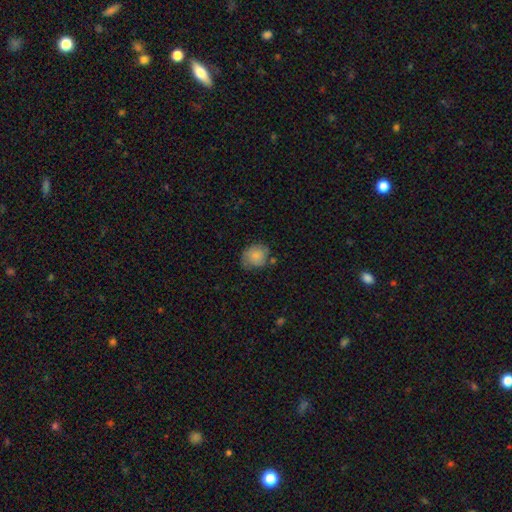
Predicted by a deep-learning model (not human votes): A smooth galaxy with no disk features (77%) that is round (70%).

Vote fractions:
- Smooth or featured? smooth: 77% / featured or disk: 15% / star or artifact: 8%
- How rounded? round: 70% / in between: 29% / cigar-shaped: 1%
- Merging? none: 62% / minor disturbance: 27% / major disturbance: 7% / merger: 5%